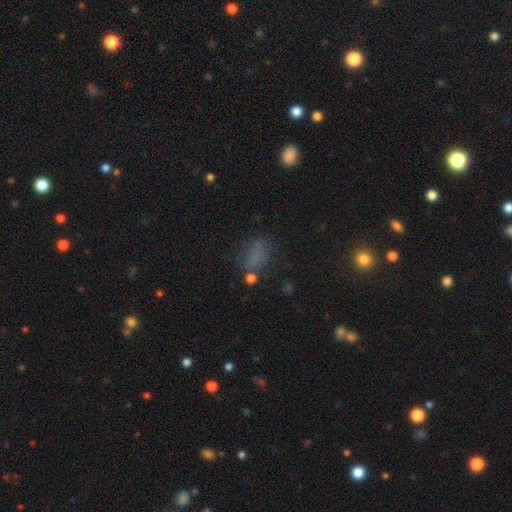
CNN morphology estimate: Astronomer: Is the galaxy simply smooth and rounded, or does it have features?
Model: smooth — 66%.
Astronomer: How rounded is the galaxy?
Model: in between — 80%.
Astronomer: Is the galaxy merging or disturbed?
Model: none — 57%.